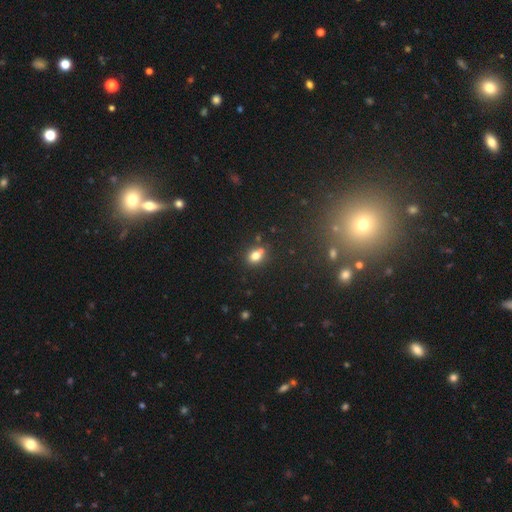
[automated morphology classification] smooth_or_featured: smooth (p=0.76) [alt: star or artifact p=0.13]
how_rounded: in between (p=0.52) [alt: round p=0.46]
merging: none (p=0.59) [alt: merger p=0.23]